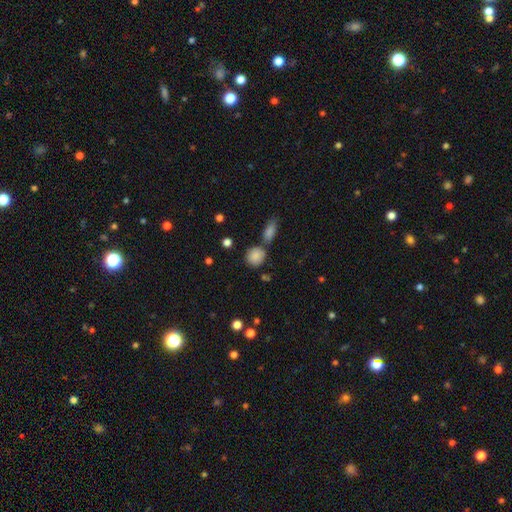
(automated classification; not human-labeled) Smooth or featured: smooth — 86% (star or artifact — 8%)
How rounded: round — 77% (in between — 21%)
Merging: none — 64% (merger — 19%)